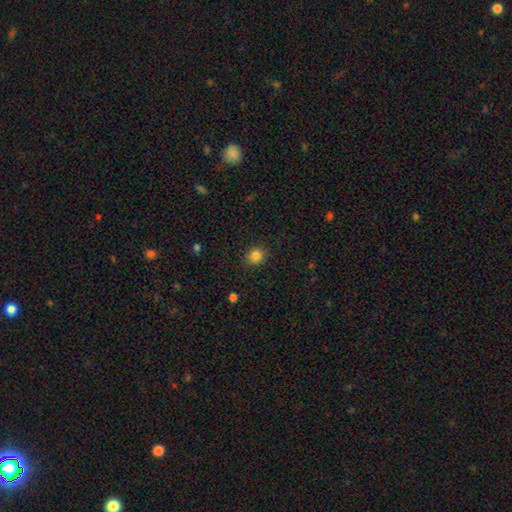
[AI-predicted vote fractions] A smooth galaxy with no disk features (84%) that is round (81%).

Vote fractions:
- Smooth or featured? smooth: 84% / star or artifact: 11% / featured or disk: 5%
- How rounded? round: 81% / in between: 18% / cigar-shaped: 1%
- Merging? none: 88% / minor disturbance: 8% / major disturbance: 3% / merger: 1%